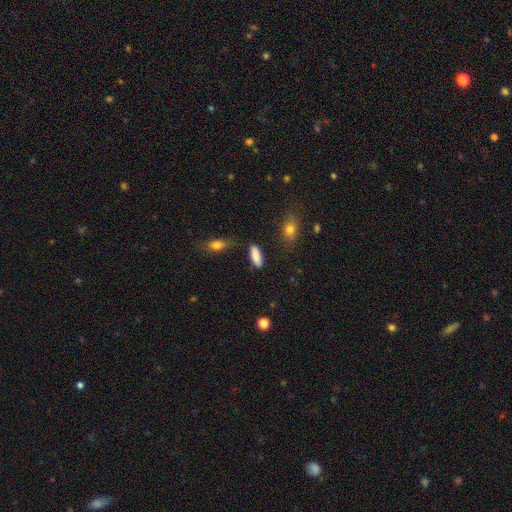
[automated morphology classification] This is clearly a smooth galaxy (85%). How rounded: likely in between (62%). Merging: likely none (78%).